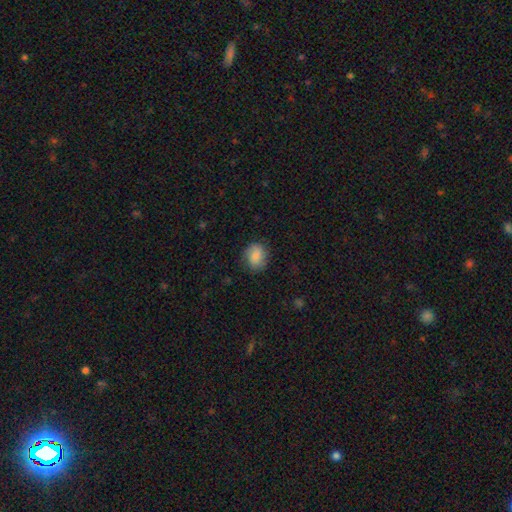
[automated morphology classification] This appears to be a smooth galaxy with no disk features (83%) that is round (54%). Merging: none (80%).